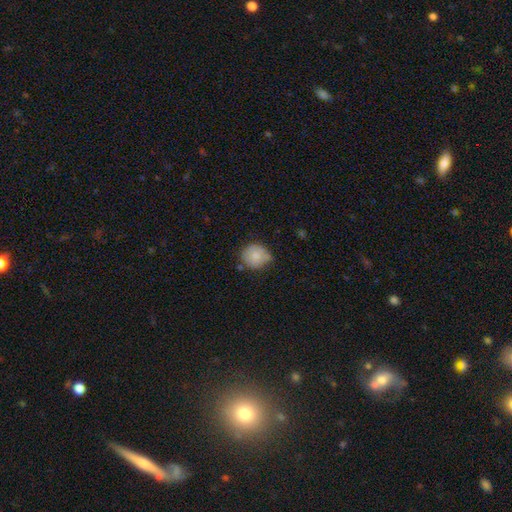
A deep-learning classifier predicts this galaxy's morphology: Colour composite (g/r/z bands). It shows a smooth galaxy with no disk features (79%) that is round (84%). Merging: none (56%).